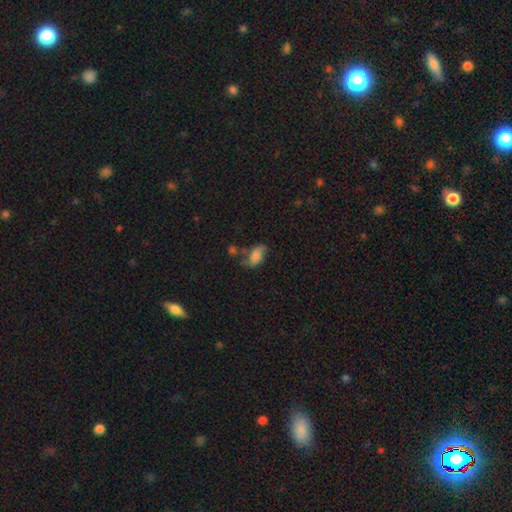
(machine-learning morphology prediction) Smooth or featured: smooth — 64% (featured or disk — 25%)
How rounded: in between — 90% (round — 7%)
Merging: none — 43% (minor disturbance — 30%)